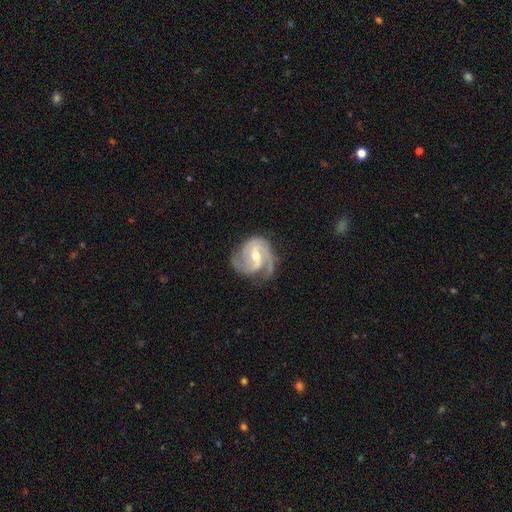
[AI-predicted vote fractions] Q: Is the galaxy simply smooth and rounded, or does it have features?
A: featured or disk — 90%.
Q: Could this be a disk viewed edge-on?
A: no — 98%.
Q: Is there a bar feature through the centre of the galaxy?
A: weak — 52%.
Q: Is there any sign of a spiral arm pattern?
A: yes — 97%.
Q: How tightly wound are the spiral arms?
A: medium — 48%.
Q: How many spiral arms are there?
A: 2 — 54%.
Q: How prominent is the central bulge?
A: moderate — 56%.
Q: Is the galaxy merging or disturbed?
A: none — 65%.